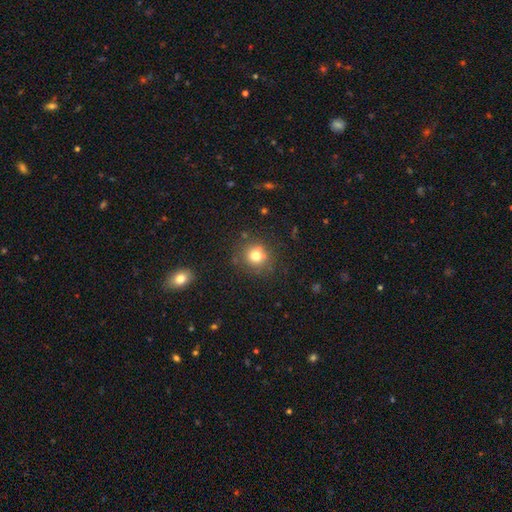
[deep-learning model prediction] Smooth or featured? Predicted: smooth (p=0.77). How rounded? Predicted: round (p=0.90). Merging? Predicted: none (p=0.81).